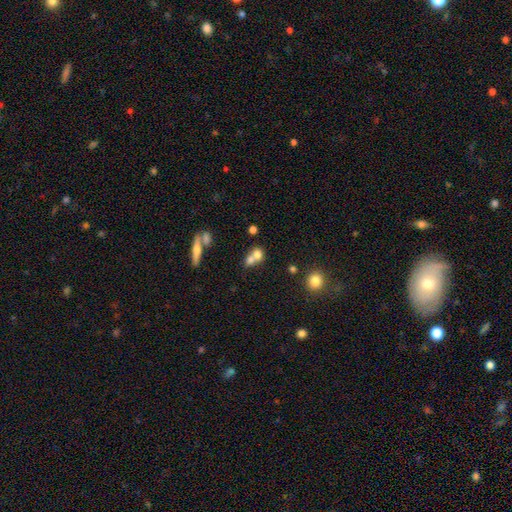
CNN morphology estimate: Smooth or featured? smooth (69%)
How rounded? round (58%)
Merging? merger (64%)